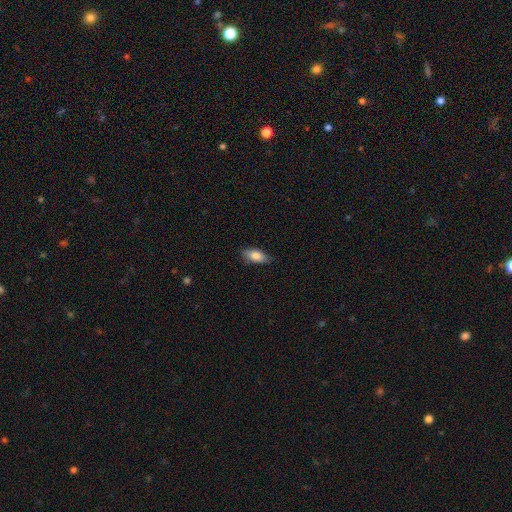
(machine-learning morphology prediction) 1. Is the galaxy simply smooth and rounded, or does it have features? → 82% smooth, 11% featured or disk, 7% star or artifact.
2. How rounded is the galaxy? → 84% in between, 12% cigar-shaped, 3% round.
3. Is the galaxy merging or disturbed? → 82% none, 15% minor disturbance, 3% major disturbance, 1% merger.